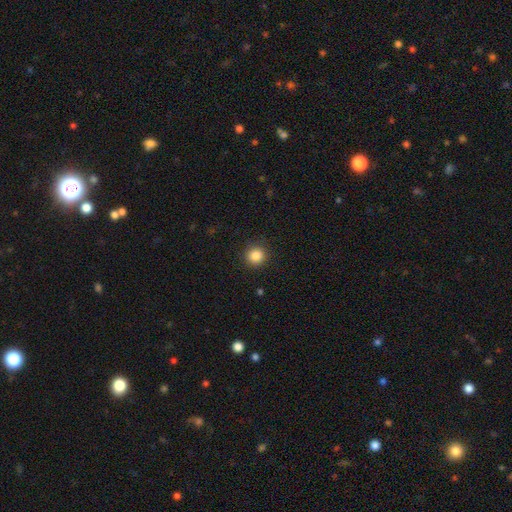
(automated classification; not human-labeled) Smooth or featured: smooth — 86% (star or artifact — 11%)
How rounded: round — 93% (in between — 6%)
Merging: none — 91% (minor disturbance — 6%)